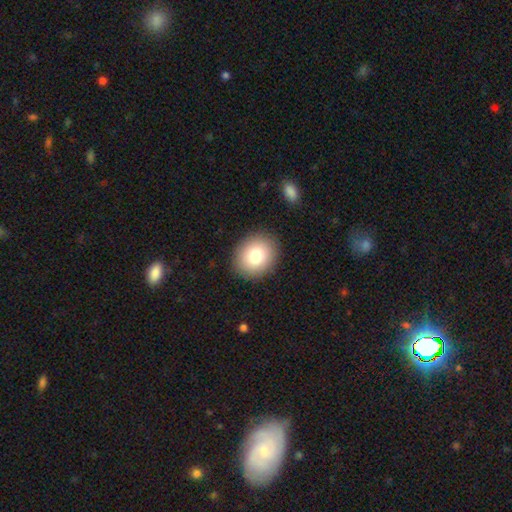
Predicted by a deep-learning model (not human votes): Q: Smooth or featured?
A: smooth (80%); runner-up: featured or disk (10%)
Q: How rounded?
A: round (63%); runner-up: in between (36%)
Q: Merging?
A: none (89%); runner-up: minor disturbance (7%)